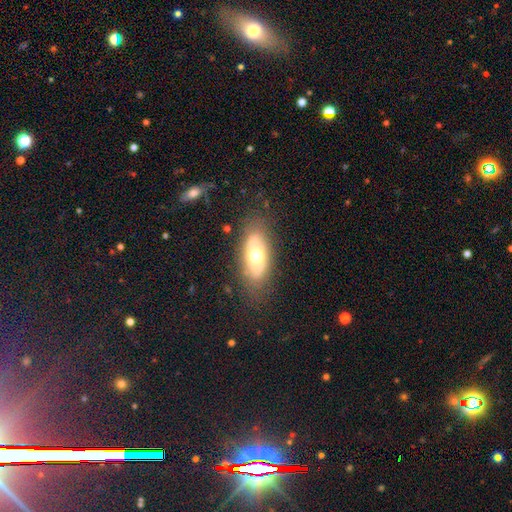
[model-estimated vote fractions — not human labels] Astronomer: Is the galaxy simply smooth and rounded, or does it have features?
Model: smooth — 55% (runner-up: featured or disk, 37%).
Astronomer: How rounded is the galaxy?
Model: in between — 85%.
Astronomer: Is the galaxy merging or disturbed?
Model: none — 78%.